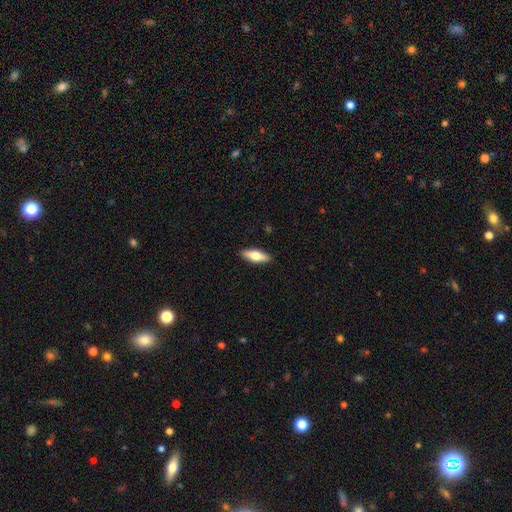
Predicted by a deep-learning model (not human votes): Smooth or featured?
  - smooth: 64% *
  - featured or disk: 30%
  - star or artifact: 6%
How rounded?
  - in between: 61% *
  - cigar-shaped: 36%
  - round: 2%
Merging?
  - none: 90% *
  - minor disturbance: 8%
  - major disturbance: 2%
  - merger: 1%